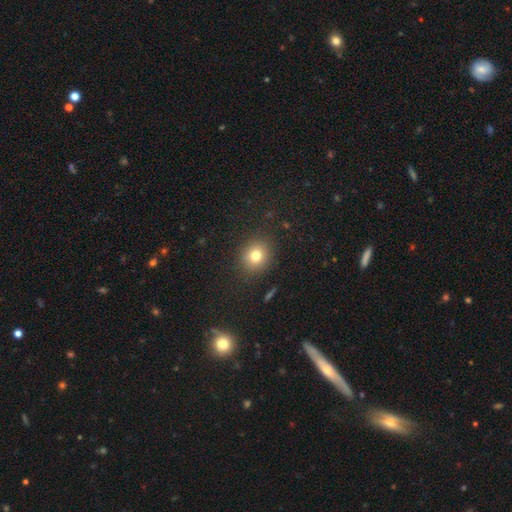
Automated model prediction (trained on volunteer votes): Q: Smooth or featured?
A: smooth (78%); runner-up: star or artifact (13%)
Q: How rounded?
A: round (74%); runner-up: in between (25%)
Q: Merging?
A: none (87%); runner-up: minor disturbance (8%)